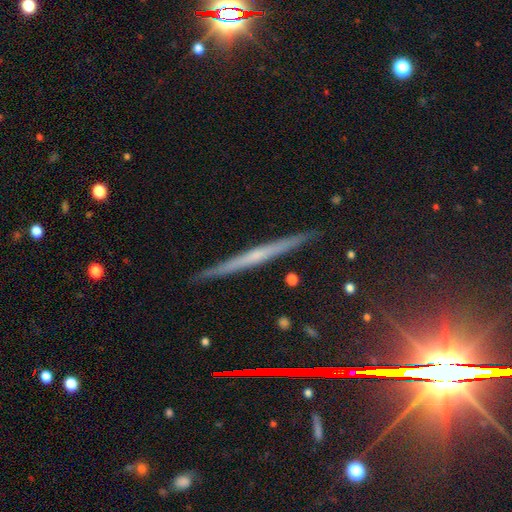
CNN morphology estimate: A featured or disk galaxy (63%) viewed edge-on (97%) with no central bulge (63%). Merging: none (90%).